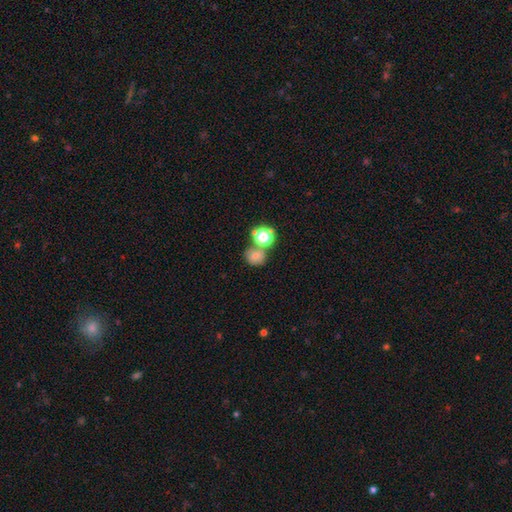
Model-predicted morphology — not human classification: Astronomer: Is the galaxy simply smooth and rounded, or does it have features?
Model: smooth — 71%.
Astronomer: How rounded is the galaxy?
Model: round — 76%.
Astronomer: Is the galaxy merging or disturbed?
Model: none — 57%.